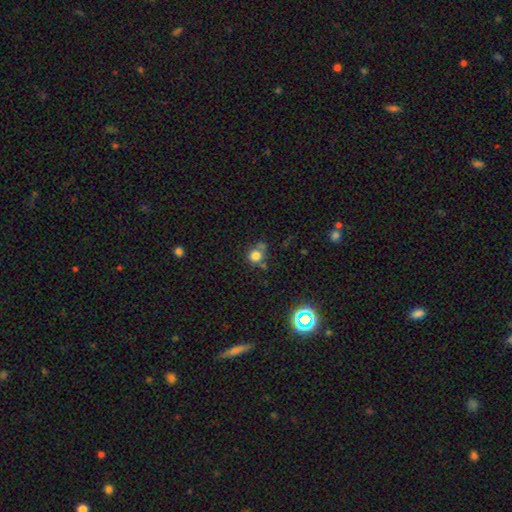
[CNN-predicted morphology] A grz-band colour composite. It shows a smooth galaxy with no disk features (77%) that is round (84%). Merging: none (55%).